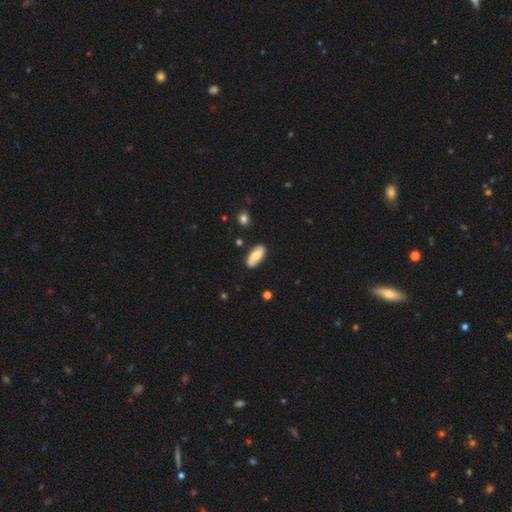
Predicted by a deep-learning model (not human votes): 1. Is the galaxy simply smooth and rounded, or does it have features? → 49% smooth, 44% featured or disk, 6% star or artifact.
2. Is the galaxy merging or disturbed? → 83% none, 13% minor disturbance, 3% major disturbance, 2% merger.